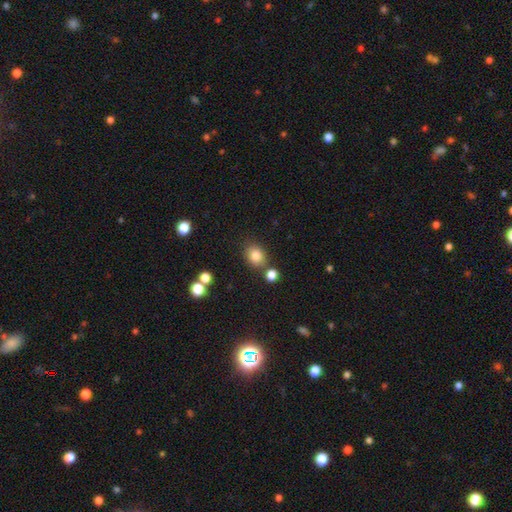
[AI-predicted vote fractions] smooth-or-featured: smooth: 83% | star or artifact: 11% | featured or disk: 6%
  how-rounded: round: 59% | in between: 40% | cigar-shaped: 1%
  merging: none: 74% | minor disturbance: 11% | merger: 11% | major disturbance: 3%